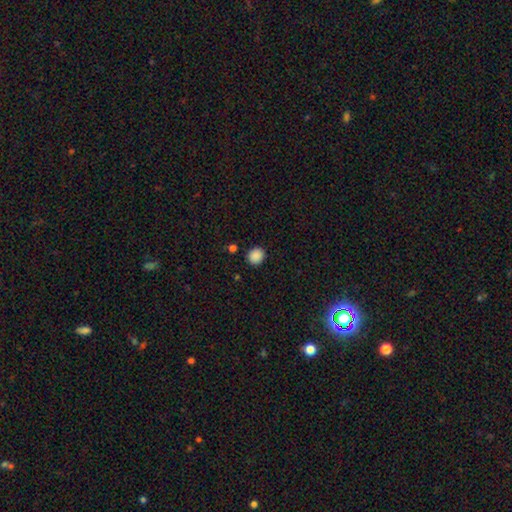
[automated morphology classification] The model was most divided on "how rounded": round: 82%, in between: 17%, cigar-shaped: 1%. More confident: merging — none (89%); smooth or featured — smooth (88%).